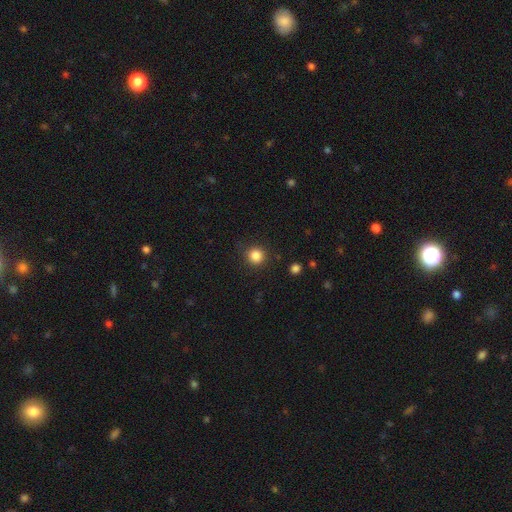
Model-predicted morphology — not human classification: smooth_or_featured: smooth (p=0.84) [alt: star or artifact p=0.12]
how_rounded: round (p=0.94) [alt: in between p=0.05]
merging: none (p=0.88) [alt: minor disturbance p=0.08]